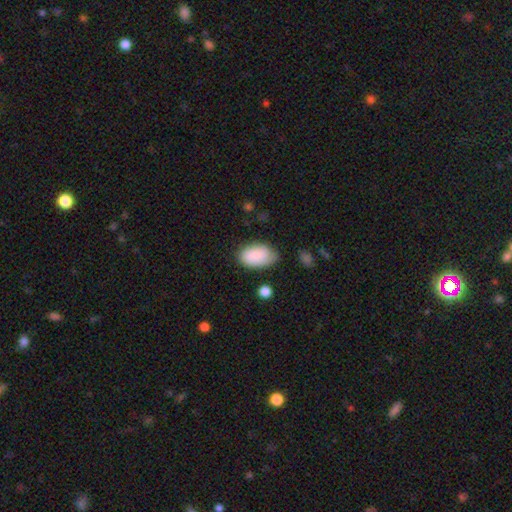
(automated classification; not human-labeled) smooth 84%, featured or disk 10%, star or artifact 7%. Down the decision tree: how rounded — in between (93%); merging — none (67%).